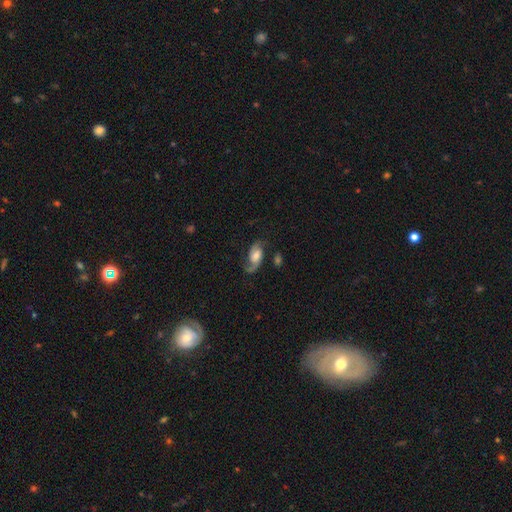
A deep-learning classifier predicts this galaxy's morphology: A featured or disk galaxy (77%) with no bar (62%), 2 (76%) loose (45%) spiral arms (94%) and a moderate central bulge (53%). Merging: none (61%).